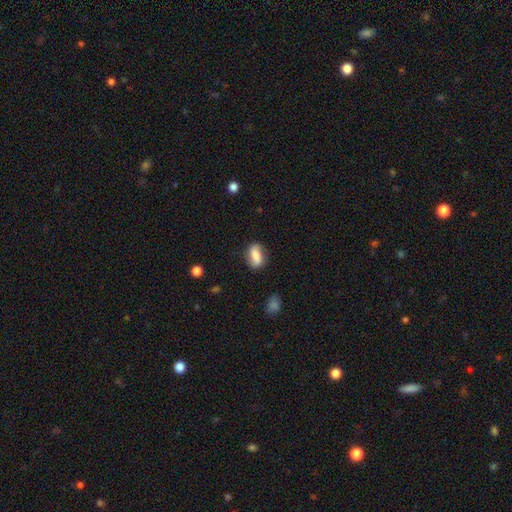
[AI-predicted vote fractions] The model was most divided on "smooth or featured": smooth: 73%, featured or disk: 19%, star or artifact: 8%. More confident: how rounded — in between (80%); merging — none (77%).